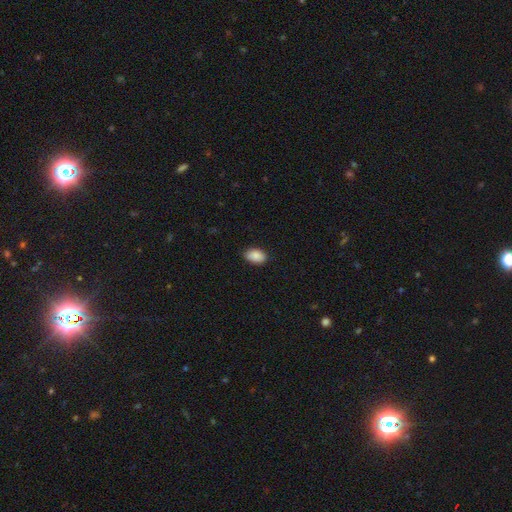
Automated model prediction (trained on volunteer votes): This appears to be a smooth galaxy with no disk features (89%) that is in between round and cigar-shaped (89%). Merging: none (85%).